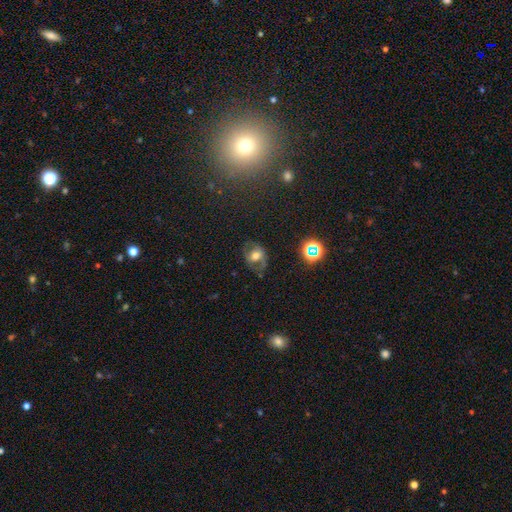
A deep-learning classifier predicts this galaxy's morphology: A featured or disk galaxy (45%). Merging: none (59%).